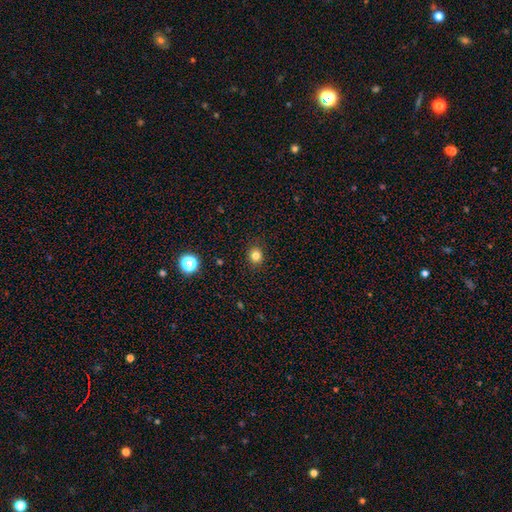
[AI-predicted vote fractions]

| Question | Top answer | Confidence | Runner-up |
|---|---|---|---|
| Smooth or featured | smooth | 81% | star or artifact (14%) |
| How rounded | round | 83% | in between (16%) |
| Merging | none | 91% | minor disturbance (6%) |